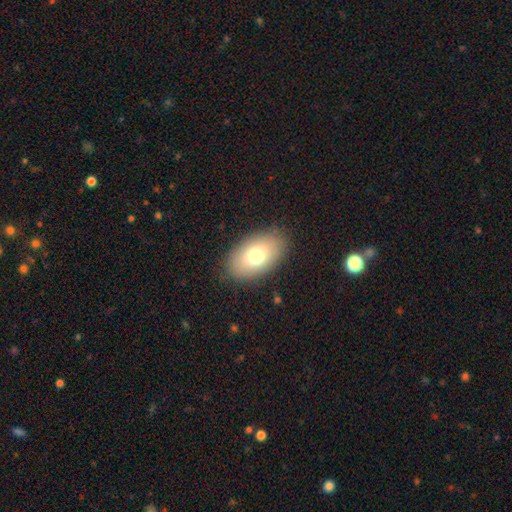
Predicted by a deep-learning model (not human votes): The model was most divided on "smooth or featured": smooth: 75%, featured or disk: 17%, star or artifact: 9%. More confident: how rounded — in between (90%); merging — none (85%).